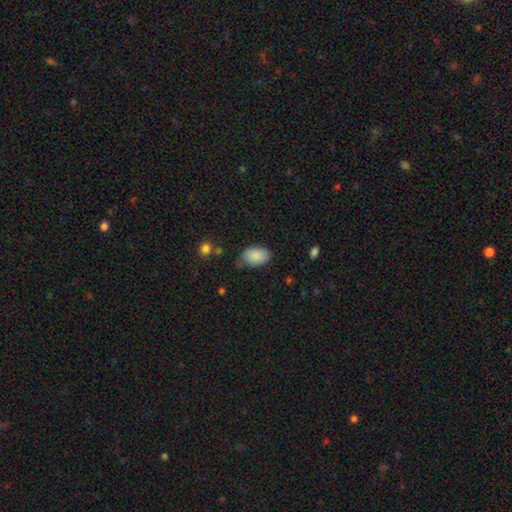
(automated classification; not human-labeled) The model was most divided on "merging": none: 70%, minor disturbance: 23%, major disturbance: 5%, merger: 2%. More confident: how rounded — in between (89%); smooth or featured — smooth (88%).